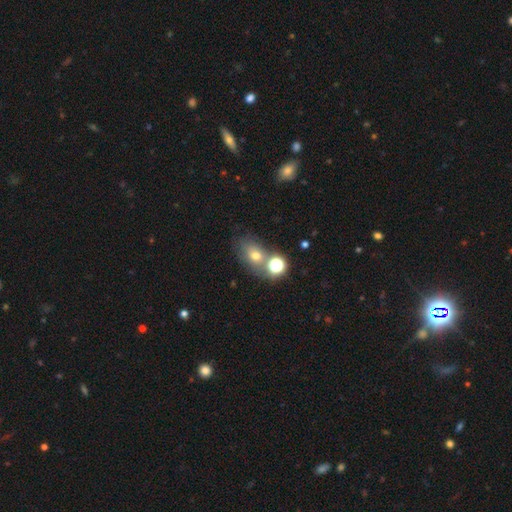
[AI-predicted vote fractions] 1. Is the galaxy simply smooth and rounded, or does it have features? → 64% smooth, 19% star or artifact, 17% featured or disk.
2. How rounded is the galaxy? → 60% in between, 38% round, 2% cigar-shaped.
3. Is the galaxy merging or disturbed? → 52% none, 26% merger, 15% minor disturbance, 8% major disturbance.